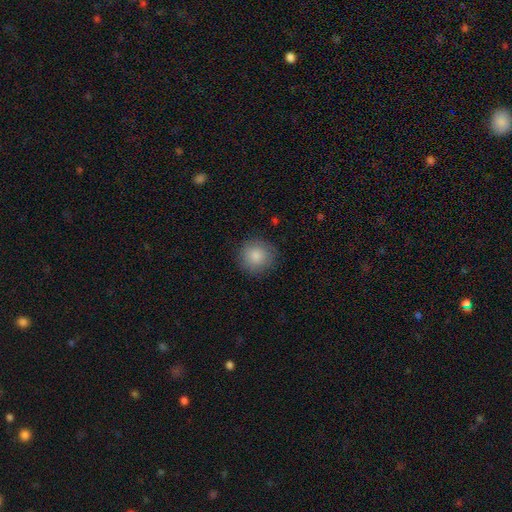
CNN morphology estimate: A smooth galaxy with no disk features (86%) that is round (94%).

Vote fractions:
- Smooth or featured? smooth: 86% / star or artifact: 8% / featured or disk: 6%
- How rounded? round: 94% / in between: 5% / cigar-shaped: 1%
- Merging? none: 88% / minor disturbance: 9% / major disturbance: 3% / merger: 1%